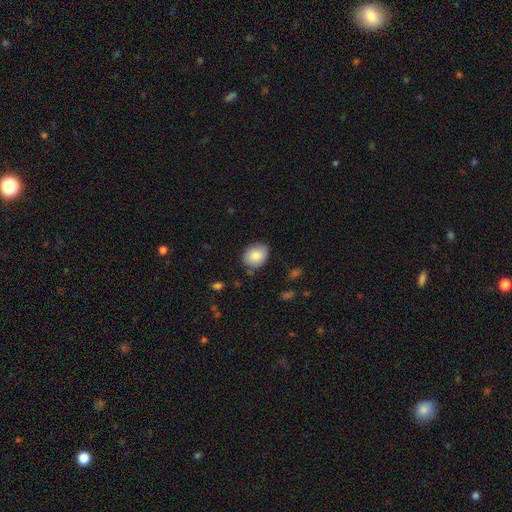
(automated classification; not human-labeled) smooth_or_featured: smooth (p=0.85) [alt: featured or disk p=0.08]
how_rounded: in between (p=0.54) [alt: round p=0.45]
merging: none (p=0.81) [alt: minor disturbance p=0.14]